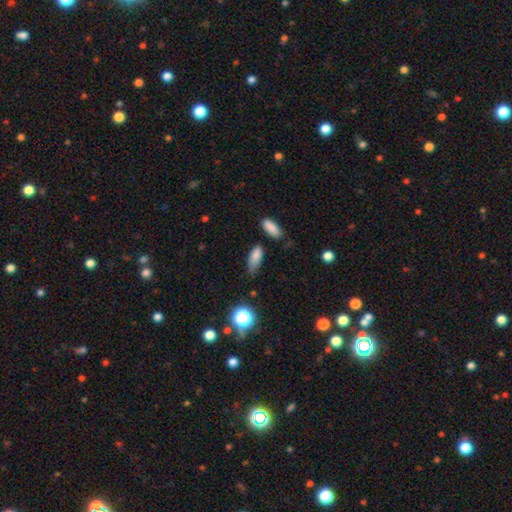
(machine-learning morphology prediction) Smooth or featured: smooth — 82% (star or artifact — 10%)
How rounded: in between — 76% (cigar-shaped — 20%)
Merging: none — 53% (minor disturbance — 34%)